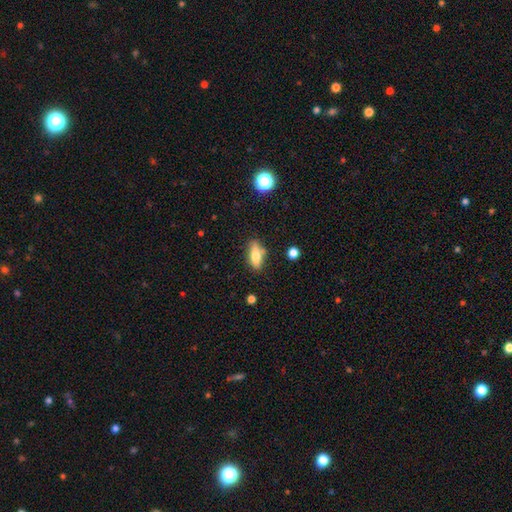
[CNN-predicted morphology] smooth_or_featured: smooth (p=0.69) [alt: featured or disk p=0.23]
how_rounded: in between (p=0.70) [alt: cigar-shaped p=0.26]
merging: none (p=0.74) [alt: minor disturbance p=0.16]